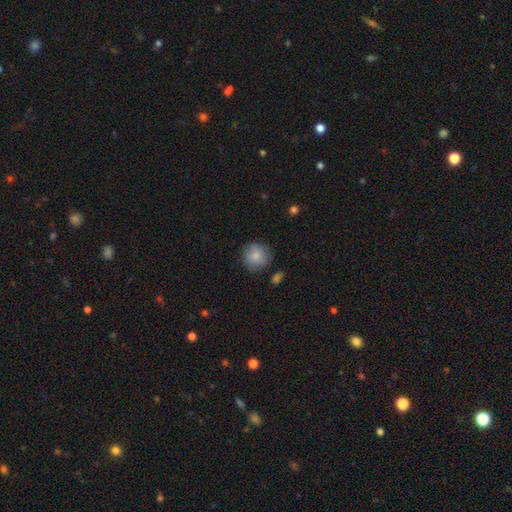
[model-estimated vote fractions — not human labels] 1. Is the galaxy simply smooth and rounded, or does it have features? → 84% smooth, 9% featured or disk, 7% star or artifact.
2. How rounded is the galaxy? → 92% round, 7% in between, 1% cigar-shaped.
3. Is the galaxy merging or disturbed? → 81% none, 13% minor disturbance, 3% major disturbance, 2% merger.